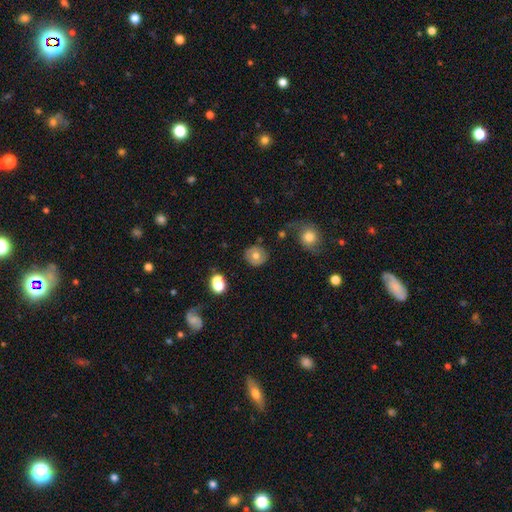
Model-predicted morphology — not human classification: Smooth or featured? smooth (67%)
How rounded? round (87%)
Merging? none (83%)